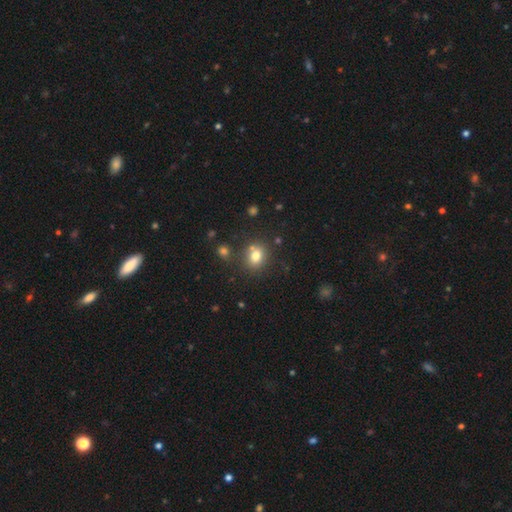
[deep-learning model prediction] Q: Smooth or featured?
A: smooth (77%); runner-up: star or artifact (13%)
Q: How rounded?
A: round (59%); runner-up: in between (40%)
Q: Merging?
A: none (69%); runner-up: merger (15%)